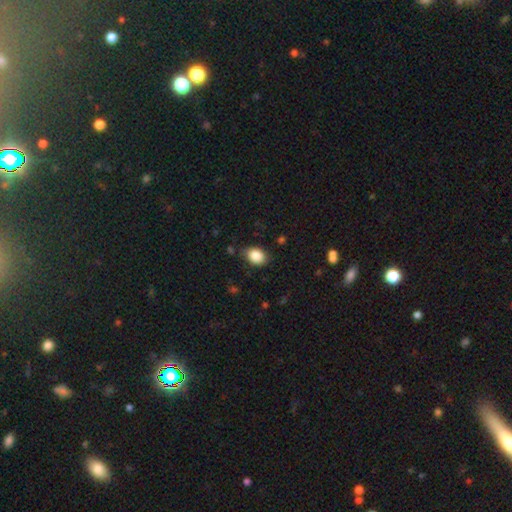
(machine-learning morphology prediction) Overall: smooth (87%). How rounded: in between (74%). Merging: none (81%).